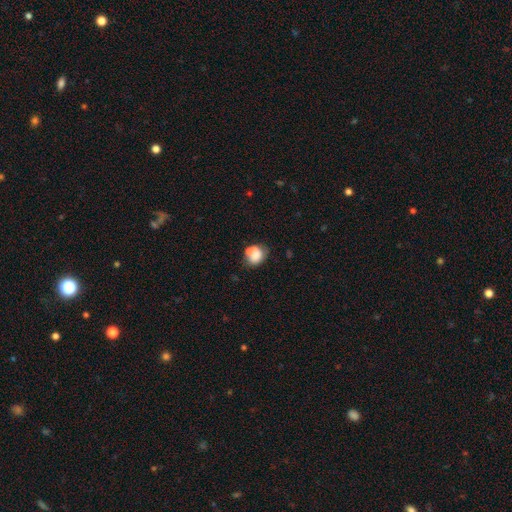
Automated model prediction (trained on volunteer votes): smooth_or_featured: smooth (p=0.64) [alt: featured or disk p=0.26]
how_rounded: round (p=0.58) [alt: in between p=0.41]
merging: none (p=0.35) [alt: merger p=0.34]